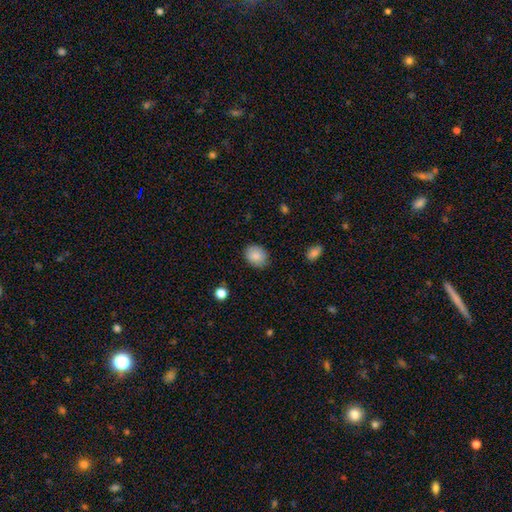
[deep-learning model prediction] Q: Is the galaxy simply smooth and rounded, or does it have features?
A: smooth — 87%.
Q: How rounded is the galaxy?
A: in between — 54%.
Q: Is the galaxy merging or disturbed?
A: none — 85%.